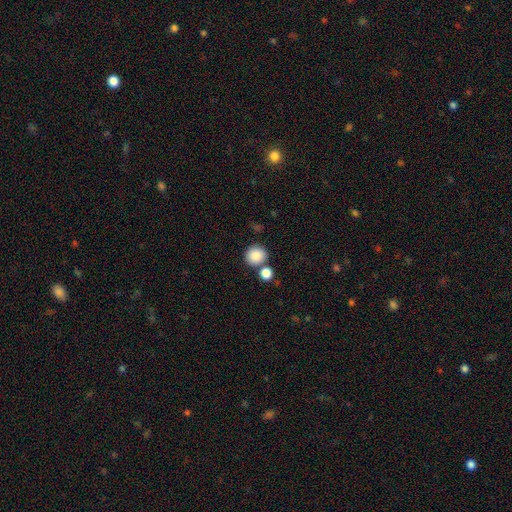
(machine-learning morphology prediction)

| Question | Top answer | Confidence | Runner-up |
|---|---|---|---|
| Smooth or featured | smooth | 87% | star or artifact (9%) |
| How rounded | round | 87% | in between (12%) |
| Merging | none | 69% | merger (19%) |